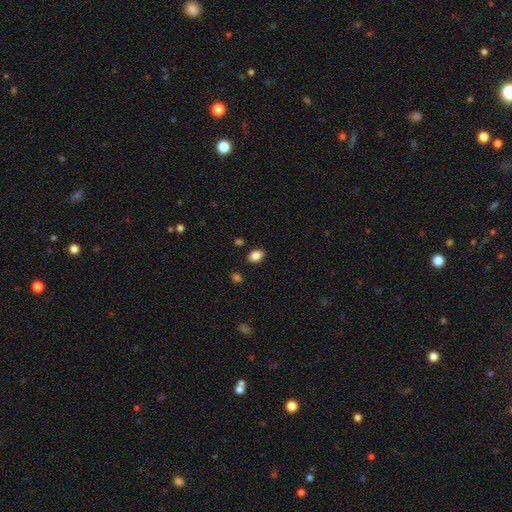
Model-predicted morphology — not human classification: smooth-or-featured: smooth: 84% | star or artifact: 9% | featured or disk: 7%
  how-rounded: in between: 86% | round: 12% | cigar-shaped: 2%
  merging: none: 86% | minor disturbance: 10% | major disturbance: 2% | merger: 2%